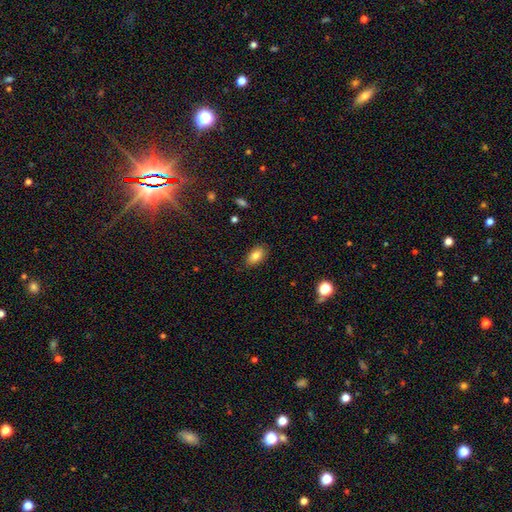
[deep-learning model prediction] Q: Smooth or featured?
A: smooth (82%); runner-up: featured or disk (10%)
Q: How rounded?
A: in between (90%); runner-up: round (8%)
Q: Merging?
A: none (84%); runner-up: minor disturbance (12%)